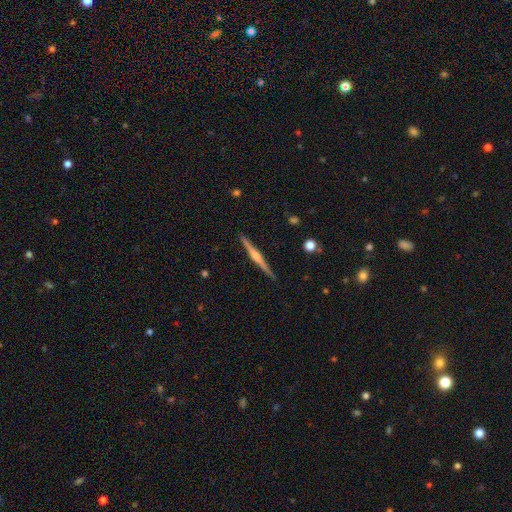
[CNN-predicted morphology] Smooth or featured?
  - featured or disk: 77% *
  - smooth: 18%
  - star or artifact: 6%
Edge-on disk?
  - yes: 98% *
  - no: 2%
Edge-on bulge?
  - rounded: 77% *
  - boxy: 13%
  - none: 10%
Merging?
  - none: 91% *
  - minor disturbance: 6%
  - major disturbance: 1%
  - merger: 1%